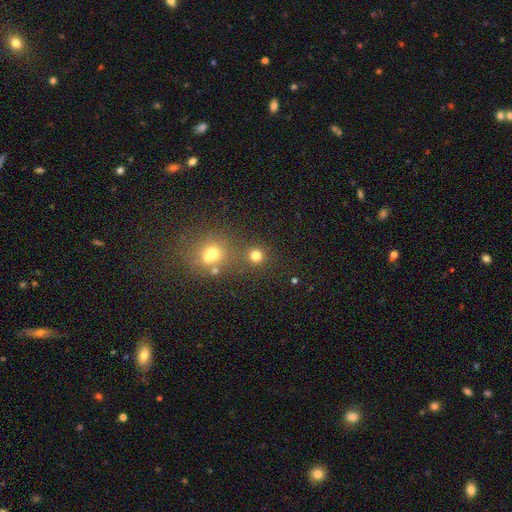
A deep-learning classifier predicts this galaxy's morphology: The model was most divided on "smooth or featured": smooth: 75%, star or artifact: 18%, featured or disk: 7%. More confident: how rounded — round (92%); merging — none (76%).